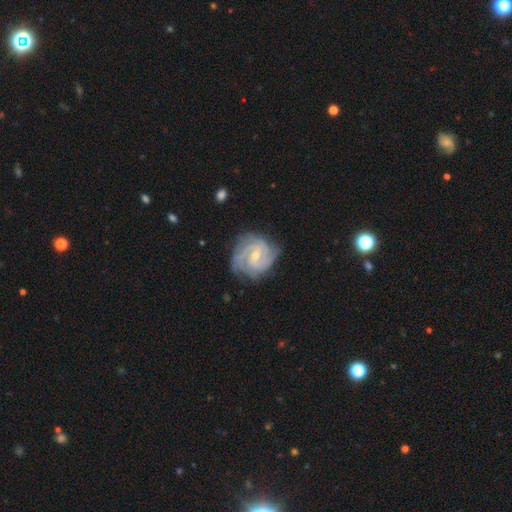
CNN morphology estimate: Overall: featured or disk (89%). Edge-on disk: no (98%). Bar: weak (55%; no 26%). Spiral arms: yes (98%). Spiral arm count: 3 (32%; 2 29%). Spiral winding: tight (69%). Bulge size: small (56%; moderate 41%). Merging: none (74%).